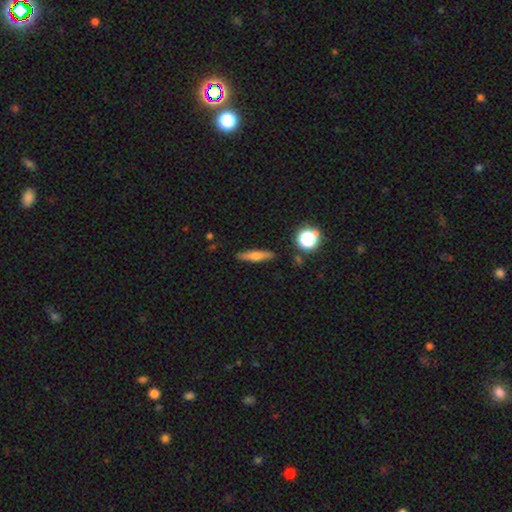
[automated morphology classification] smooth-or-featured: smooth: 55% | featured or disk: 36% | star or artifact: 9%
  how-rounded: cigar-shaped: 79% | in between: 16% | round: 5%
  merging: none: 88% | minor disturbance: 8% | major disturbance: 2% | merger: 2%